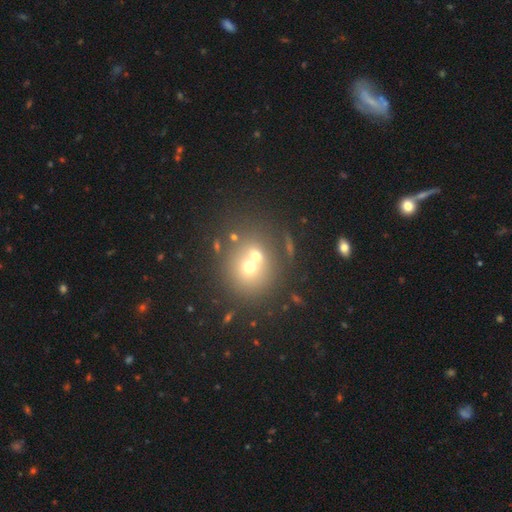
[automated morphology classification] Smooth or featured: smooth — 62% (featured or disk — 22%)
How rounded: round — 82% (in between — 17%)
Merging: merger — 52% (none — 37%)